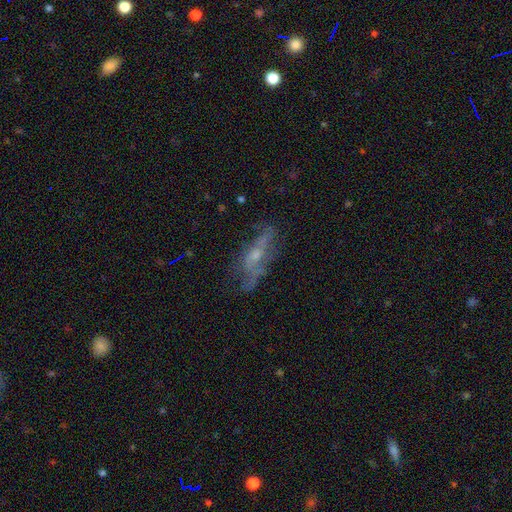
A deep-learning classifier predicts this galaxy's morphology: This appears to be a featured or disk galaxy (65%). Merging: none (53%).